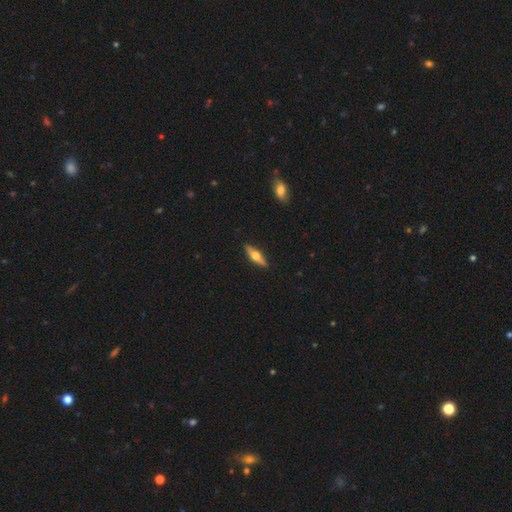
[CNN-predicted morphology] Smooth or featured: featured or disk — 61% (smooth — 34%)
Edge-on disk: yes — 95% (no — 5%)
Edge-on bulge: rounded — 96% (boxy — 3%)
Merging: none — 91% (minor disturbance — 7%)